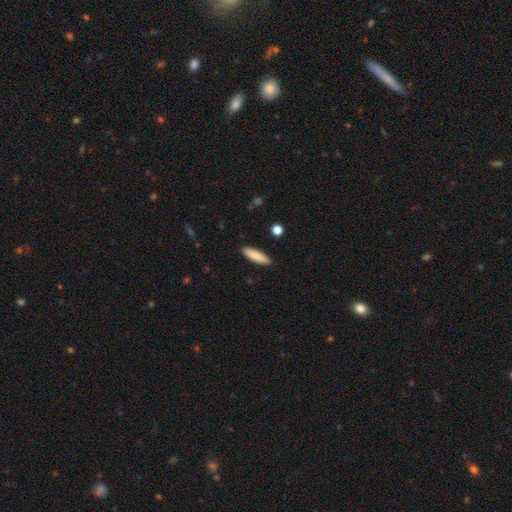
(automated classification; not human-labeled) Q: Smooth or featured?
A: smooth (86%); runner-up: featured or disk (9%)
Q: How rounded?
A: cigar-shaped (64%); runner-up: in between (34%)
Q: Merging?
A: none (90%); runner-up: minor disturbance (7%)